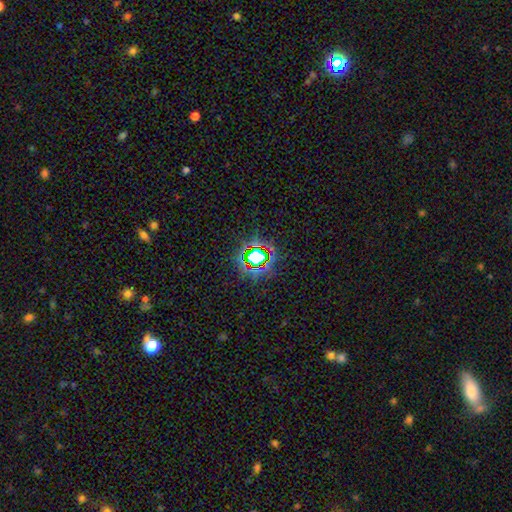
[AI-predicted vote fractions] star or artifact 71%, smooth 18%, featured or disk 10%.